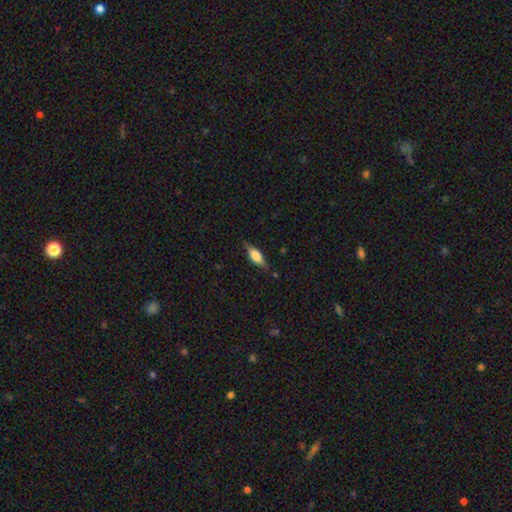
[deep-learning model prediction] This appears to be a smooth galaxy with no disk features (61%) that is in between round and cigar-shaped (68%). Merging: none (77%).